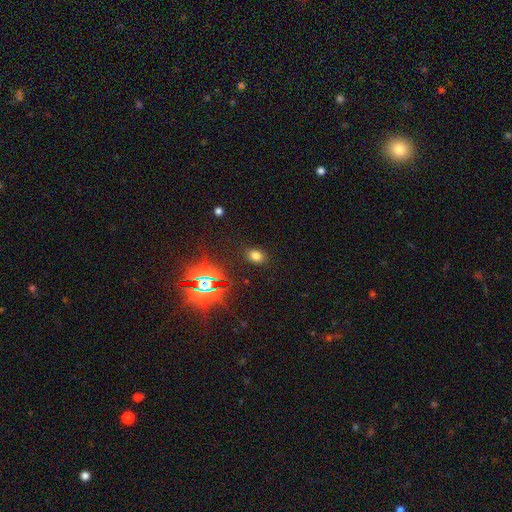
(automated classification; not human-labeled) Smooth or featured: smooth — 68% (star or artifact — 25%)
How rounded: in between — 71% (round — 28%)
Merging: none — 86% (minor disturbance — 9%)